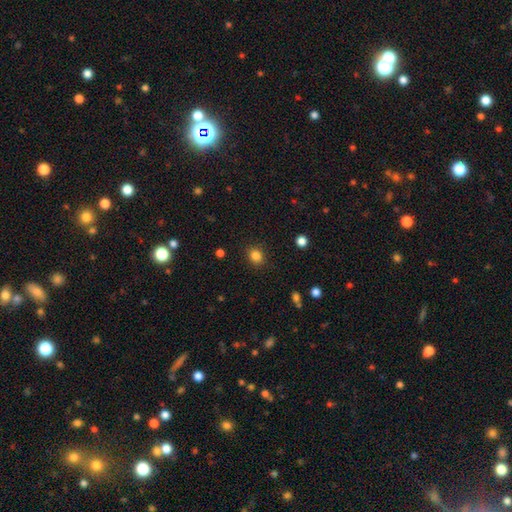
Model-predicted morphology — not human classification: Overall: smooth (84%). How rounded: round (69%; in between 30%). Merging: none (89%).